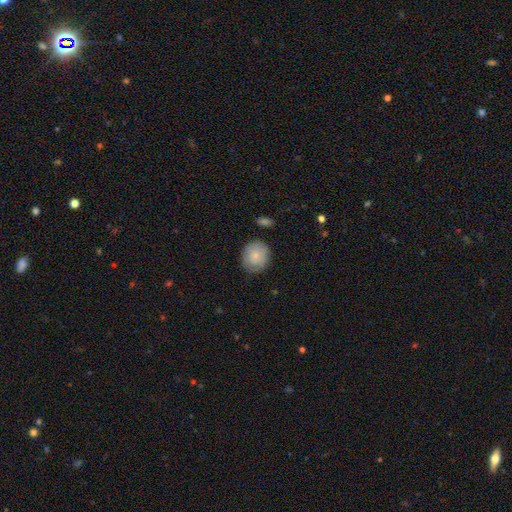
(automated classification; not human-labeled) A smooth galaxy with no disk features (82%) that is round (83%). Merging: none (83%).